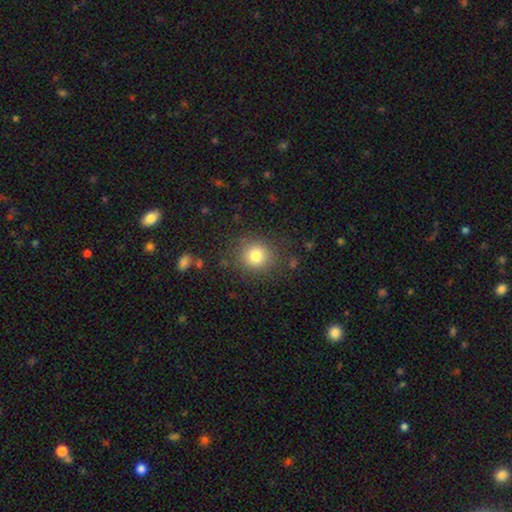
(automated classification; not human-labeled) Smooth or featured? smooth (80%)
How rounded? round (89%)
Merging? none (85%)